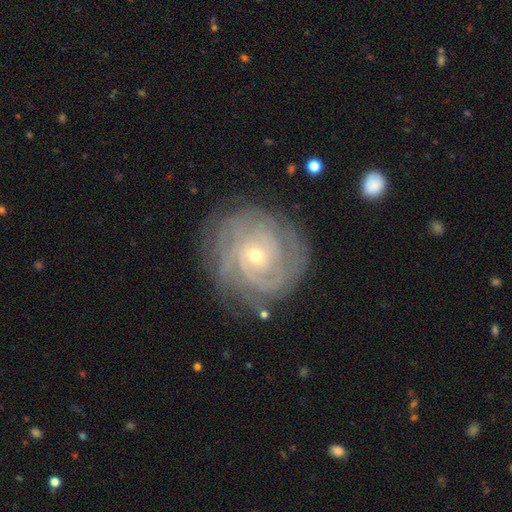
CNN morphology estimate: type=featured or disk (87%); edge-on=no (97%); bar=no (72%); spiral arms=yes (96%); winding=tight (81%); arm count=can't tell (31%); bulge=small (69%); merging=none (79%).